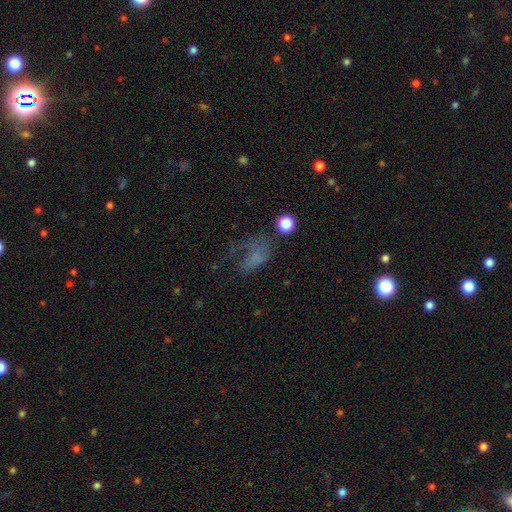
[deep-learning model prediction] smooth-or-featured: smooth: 49% | featured or disk: 31% | star or artifact: 20%
  merging: major disturbance: 49% | none: 28% | minor disturbance: 19% | merger: 5%